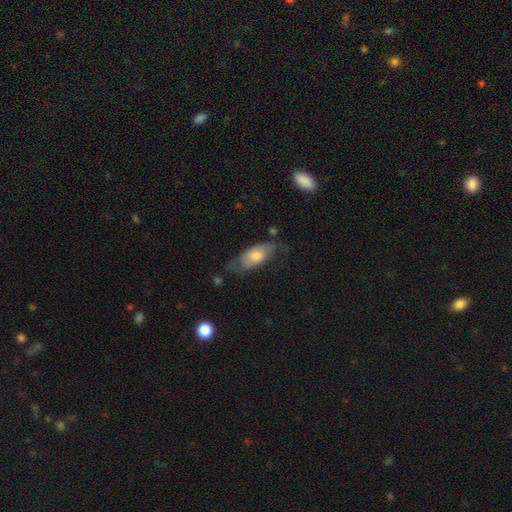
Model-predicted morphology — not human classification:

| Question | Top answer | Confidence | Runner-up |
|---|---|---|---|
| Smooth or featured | featured or disk | 47% | smooth (46%) |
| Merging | none | 52% | minor disturbance (29%) |